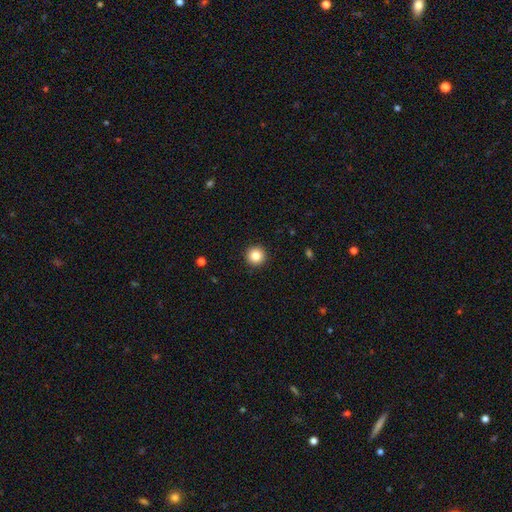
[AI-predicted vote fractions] smooth_or_featured: smooth (p=0.84) [alt: star or artifact p=0.10]
how_rounded: round (p=0.96) [alt: in between p=0.03]
merging: none (p=0.94) [alt: minor disturbance p=0.04]